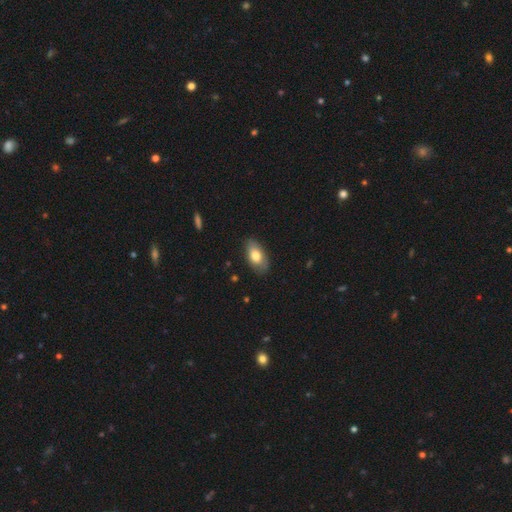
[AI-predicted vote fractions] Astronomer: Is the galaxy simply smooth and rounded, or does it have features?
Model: smooth — 74%.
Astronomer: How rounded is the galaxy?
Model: in between — 92%.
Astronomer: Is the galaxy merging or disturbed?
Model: none — 80%.